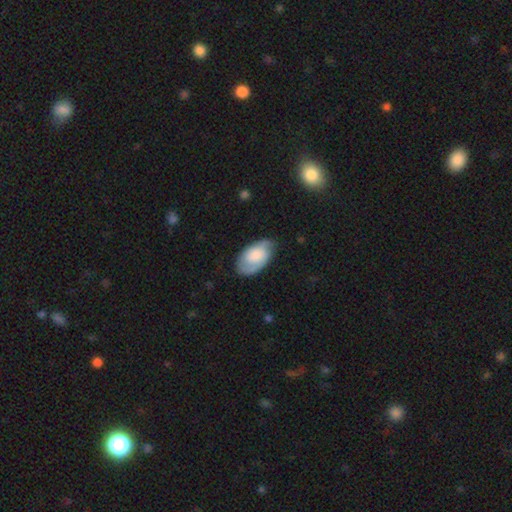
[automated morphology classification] smooth-or-featured: smooth: 52% | featured or disk: 42% | star or artifact: 6%
  how-rounded: in between: 94% | round: 4% | cigar-shaped: 2%
  merging: none: 71% | minor disturbance: 22% | major disturbance: 6% | merger: 1%